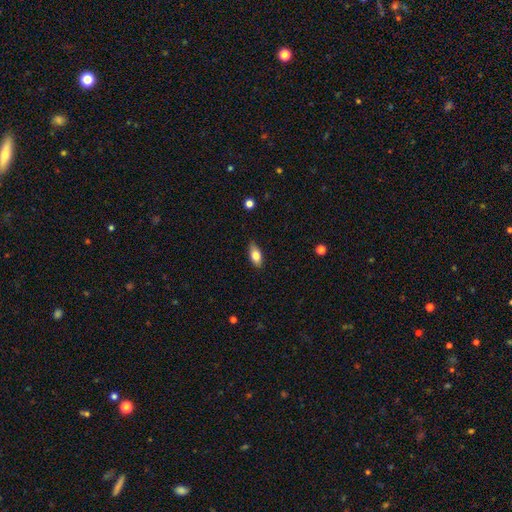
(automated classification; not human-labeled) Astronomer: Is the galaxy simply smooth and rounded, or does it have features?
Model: smooth — 78%.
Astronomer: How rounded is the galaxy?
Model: in between — 85%.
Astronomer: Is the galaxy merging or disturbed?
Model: none — 82%.